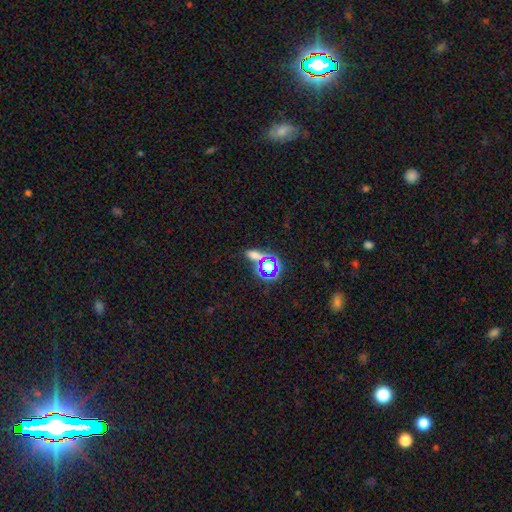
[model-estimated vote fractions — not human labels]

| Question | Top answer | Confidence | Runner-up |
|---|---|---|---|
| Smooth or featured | smooth | 47% | star or artifact (43%) |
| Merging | none | 63% | merger (19%) |